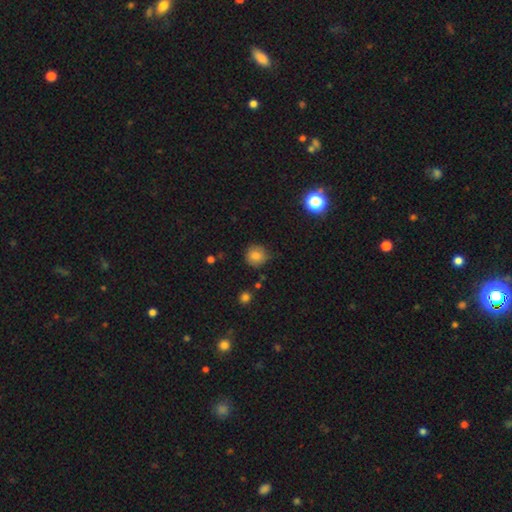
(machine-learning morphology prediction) A smooth galaxy with no disk features (80%) that is round (92%). Merging: none (80%).